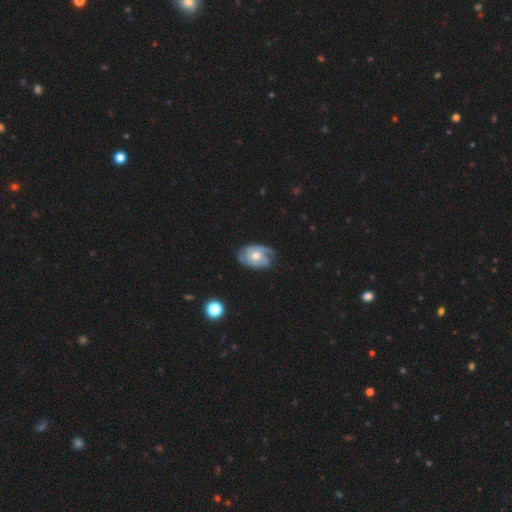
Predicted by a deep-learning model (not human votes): This appears to be a featured or disk galaxy (73%) with no bar (76%), tight (53%) spiral arms (87%) and a moderate central bulge (69%). Merging: none (61%).